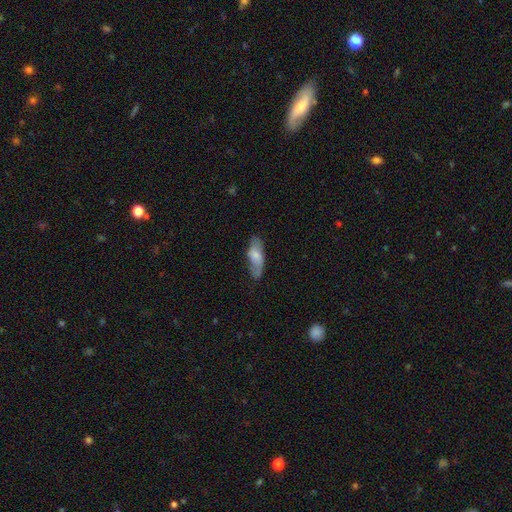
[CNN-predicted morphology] This appears to be a smooth galaxy with no disk features (64%) that is in between round and cigar-shaped (68%). Merging: none (70%).